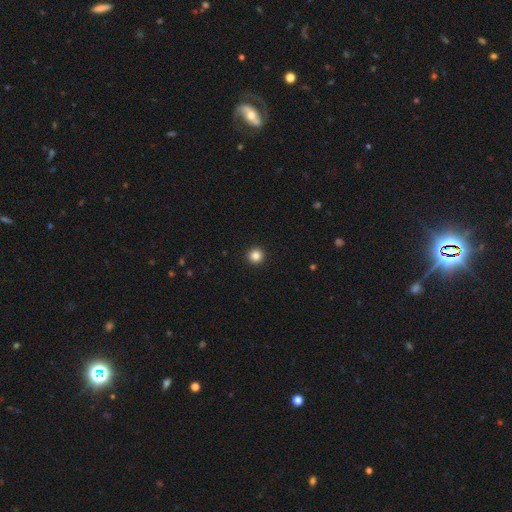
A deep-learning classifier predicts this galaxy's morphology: type=smooth (85%); roundness=round (96%); merging=none (94%).